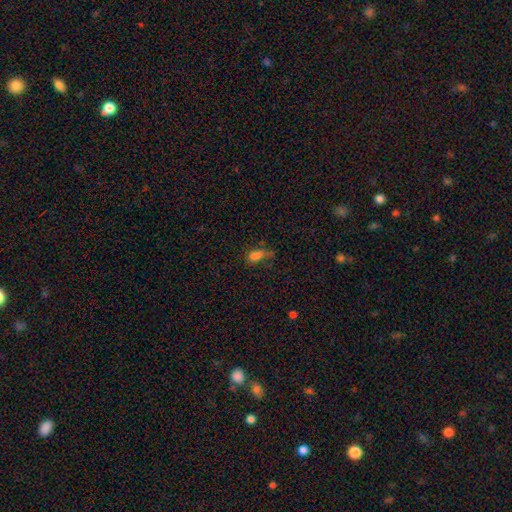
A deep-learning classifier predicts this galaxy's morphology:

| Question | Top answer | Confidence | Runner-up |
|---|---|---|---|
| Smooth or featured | smooth | 72% | star or artifact (18%) |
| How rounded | in between | 81% | round (10%) |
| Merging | none | 35% | major disturbance (29%) |